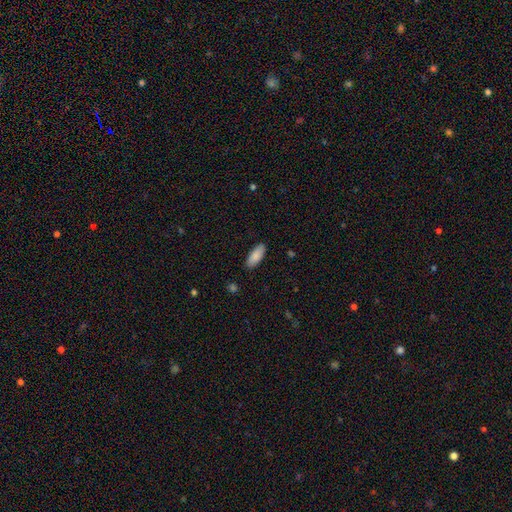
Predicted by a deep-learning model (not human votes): A smooth galaxy with no disk features (88%) that is in between round and cigar-shaped (81%).

Vote fractions:
- Smooth or featured? smooth: 88% / featured or disk: 6% / star or artifact: 6%
- How rounded? in between: 81% / cigar-shaped: 18% / round: 2%
- Merging? none: 88% / minor disturbance: 9% / major disturbance: 2% / merger: 1%